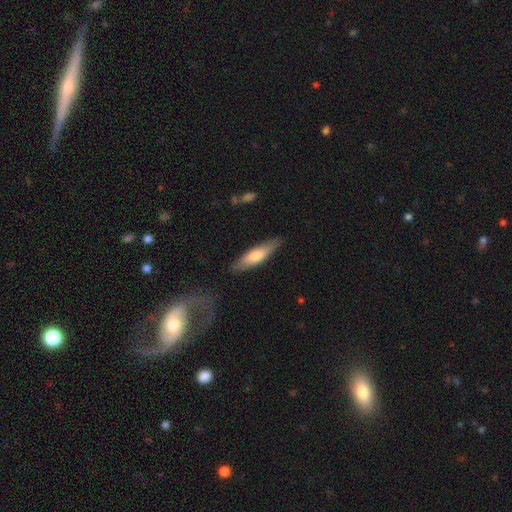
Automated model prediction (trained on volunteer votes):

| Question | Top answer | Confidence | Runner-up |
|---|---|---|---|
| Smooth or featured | smooth | 65% | featured or disk (30%) |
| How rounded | cigar-shaped | 69% | in between (29%) |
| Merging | none | 83% | minor disturbance (12%) |